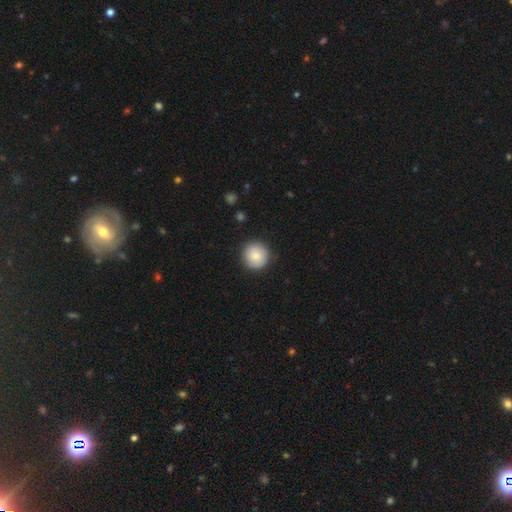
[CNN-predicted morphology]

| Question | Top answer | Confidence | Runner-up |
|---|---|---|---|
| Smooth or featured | smooth | 82% | featured or disk (11%) |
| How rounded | round | 95% | in between (4%) |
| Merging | none | 89% | minor disturbance (8%) |